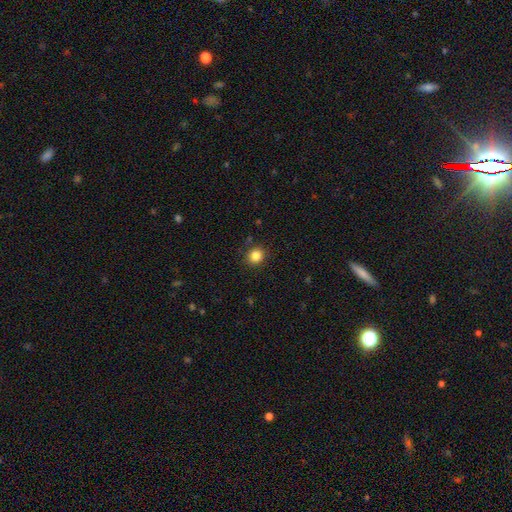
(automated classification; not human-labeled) This is clearly a smooth galaxy (84%). How rounded: clearly round (83%). Merging: clearly none (88%).